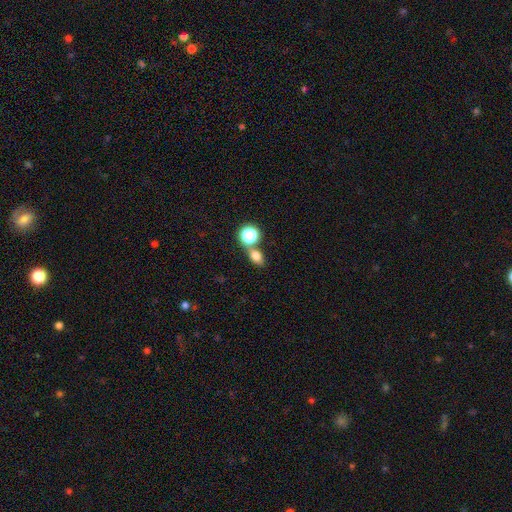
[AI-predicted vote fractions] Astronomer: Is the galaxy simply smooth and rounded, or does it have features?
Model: smooth — 74%.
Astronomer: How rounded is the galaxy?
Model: in between — 67%.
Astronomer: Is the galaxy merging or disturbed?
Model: none — 59%.